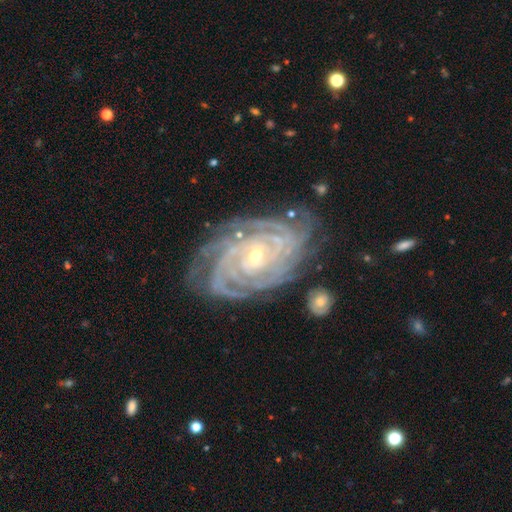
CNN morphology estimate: Overall: featured or disk (93%). Edge-on disk: no (97%). Bar: no (47%; weak 33%). Spiral arms: yes (99%). Spiral arm count: 4 (36%; 3 19%). Spiral winding: tight (84%). Bulge size: small (69%). Merging: none (76%).